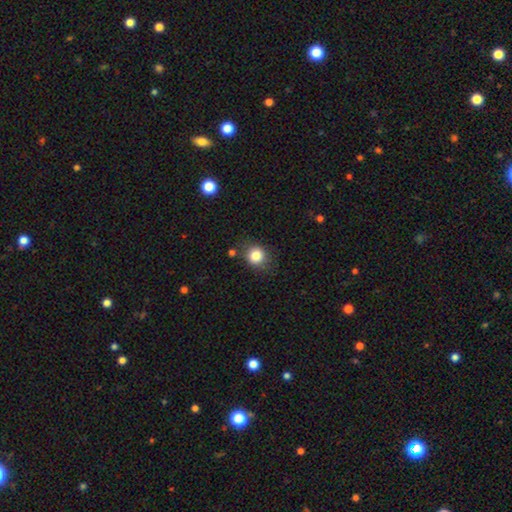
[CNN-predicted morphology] Smooth or featured?
  - smooth: 83% *
  - star or artifact: 10%
  - featured or disk: 7%
How rounded?
  - round: 79% *
  - in between: 20%
  - cigar-shaped: 1%
Merging?
  - none: 77% *
  - minor disturbance: 14%
  - merger: 4%
  - major disturbance: 4%